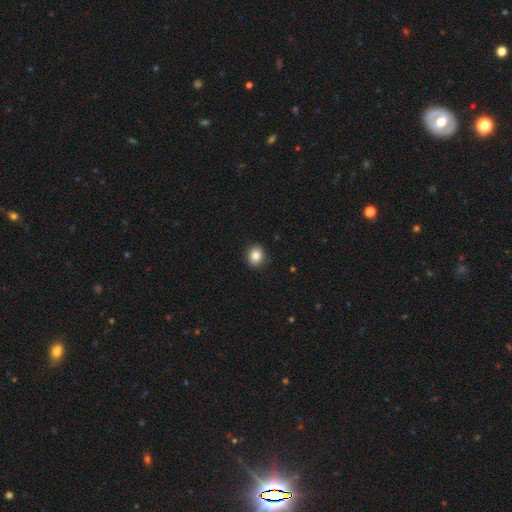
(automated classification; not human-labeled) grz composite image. It shows a smooth galaxy with no disk features (84%) that is round (70%). Merging: none (90%).